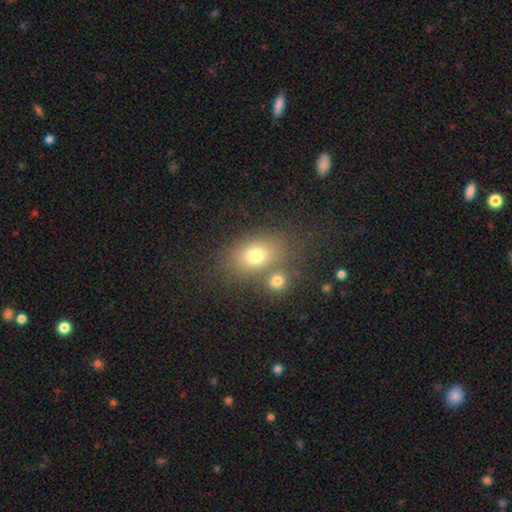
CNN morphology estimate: A smooth galaxy with no disk features (73%) that is in between round and cigar-shaped (72%). Merging: none (59%).